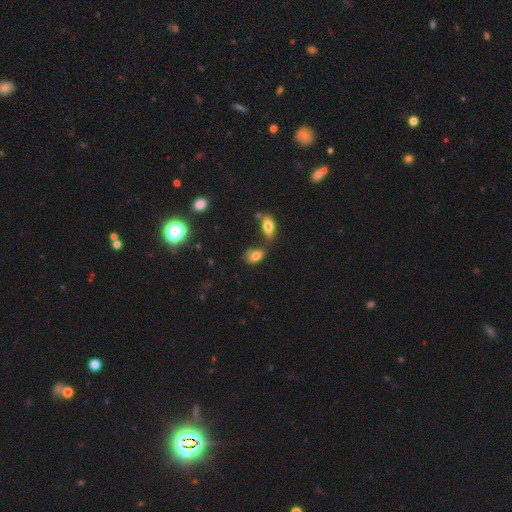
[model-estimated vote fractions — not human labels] smooth 77%, featured or disk 12%, star or artifact 11%. Down the decision tree: how rounded — in between (87%); merging — none (47%).